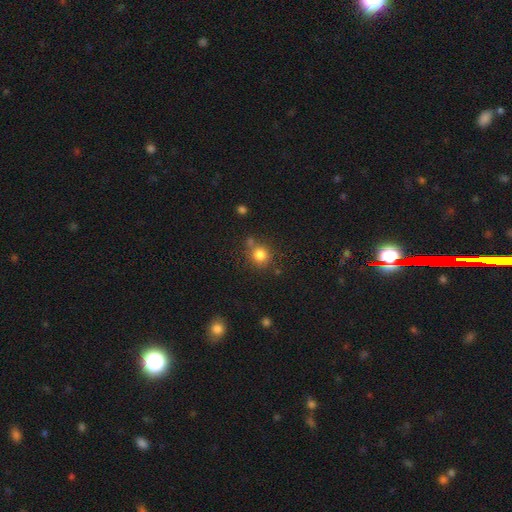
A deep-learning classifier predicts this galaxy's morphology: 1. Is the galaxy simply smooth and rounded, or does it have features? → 69% smooth, 24% star or artifact, 7% featured or disk.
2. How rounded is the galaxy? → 91% round, 8% in between, 1% cigar-shaped.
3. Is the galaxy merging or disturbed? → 74% none, 13% merger, 10% minor disturbance, 3% major disturbance.